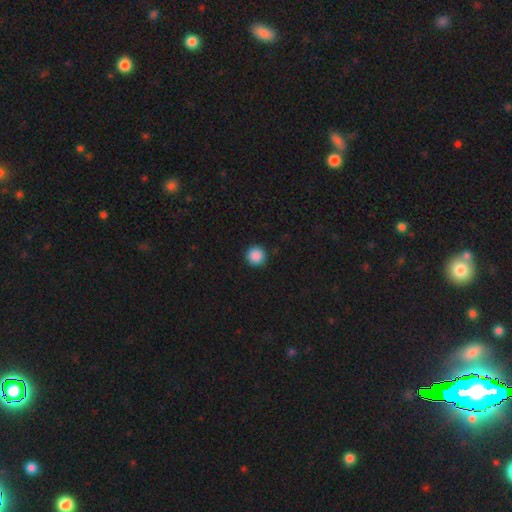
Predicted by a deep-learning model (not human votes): A smooth galaxy with no disk features (88%) that is round (96%).

Vote fractions:
- Smooth or featured? smooth: 88% / star or artifact: 9% / featured or disk: 2%
- How rounded? round: 96% / in between: 3% / cigar-shaped: 1%
- Merging? none: 93% / minor disturbance: 5% / major disturbance: 2% / merger: 1%